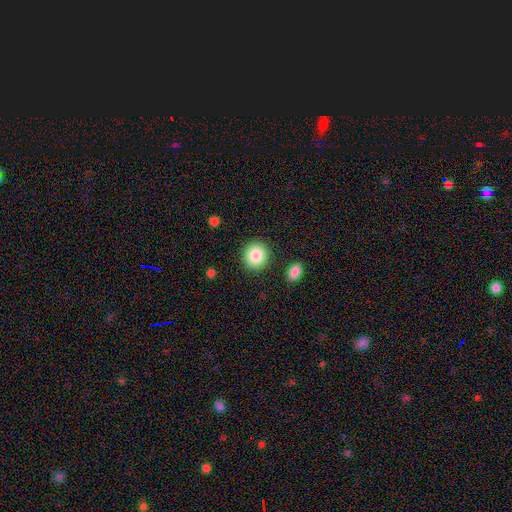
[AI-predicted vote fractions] Smooth or featured? Predicted: smooth (p=0.86). How rounded? Predicted: round (p=0.90). Merging? Predicted: none (p=0.89).